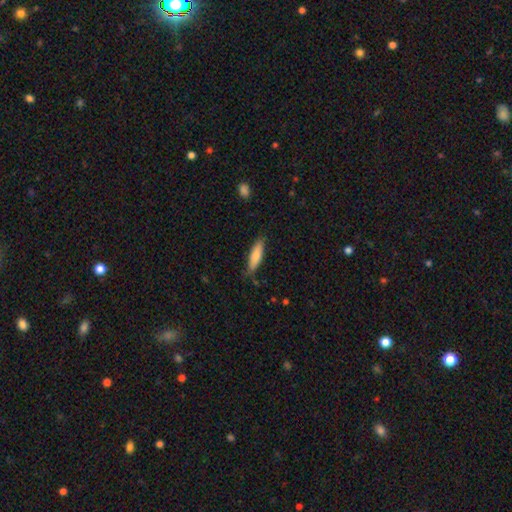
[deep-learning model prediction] Smooth or featured?
  - smooth: 75% *
  - featured or disk: 20%
  - star or artifact: 6%
How rounded?
  - cigar-shaped: 63% *
  - in between: 35%
  - round: 2%
Merging?
  - none: 78% *
  - minor disturbance: 17%
  - major disturbance: 3%
  - merger: 2%